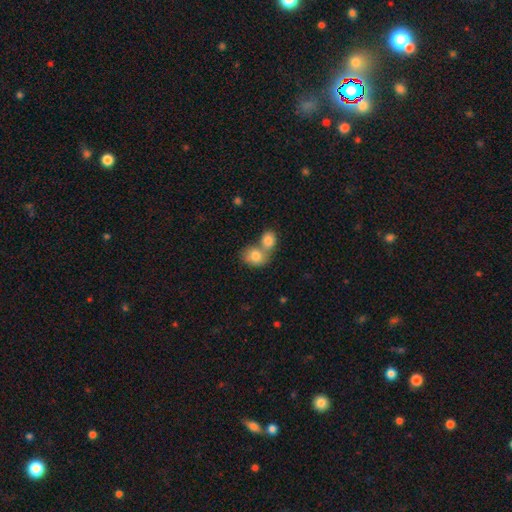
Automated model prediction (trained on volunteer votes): The model was most divided on "how rounded": in between: 50%, round: 49%, cigar-shaped: 1%. More confident: smooth or featured — smooth (81%); merging — merger (62%).